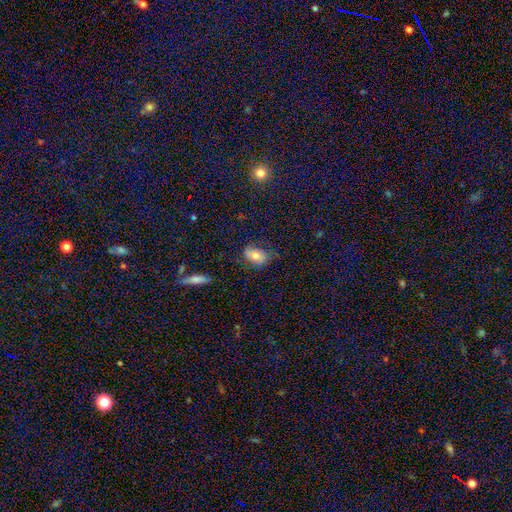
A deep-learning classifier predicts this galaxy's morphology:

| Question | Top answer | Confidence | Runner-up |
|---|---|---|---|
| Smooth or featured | smooth | 72% | featured or disk (18%) |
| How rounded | in between | 82% | round (16%) |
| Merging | none | 68% | minor disturbance (23%) |